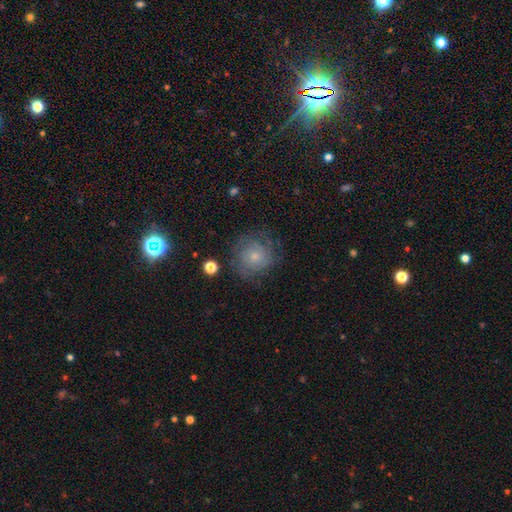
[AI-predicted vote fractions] Overall: smooth (52%; featured or disk 36%). How rounded: round (89%). Merging: none (70%).